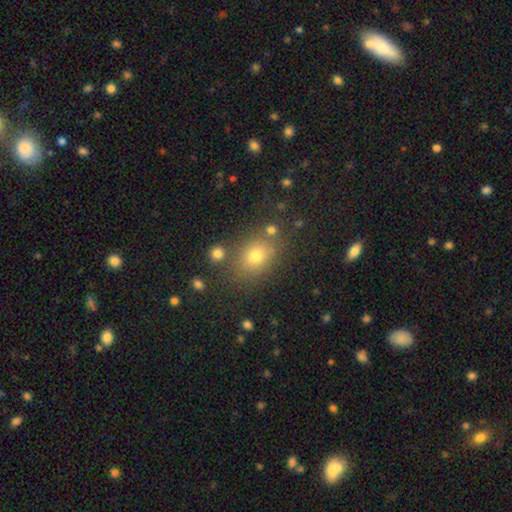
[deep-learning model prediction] This appears to be a smooth galaxy with no disk features (73%) that is in between round and cigar-shaped (54%). Merging: none (76%).